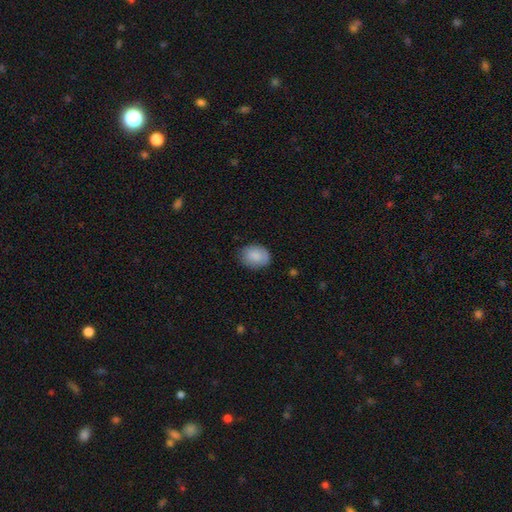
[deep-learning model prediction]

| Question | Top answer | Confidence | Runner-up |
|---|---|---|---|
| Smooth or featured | smooth | 84% | featured or disk (9%) |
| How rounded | in between | 63% | round (36%) |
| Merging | none | 75% | minor disturbance (20%) |